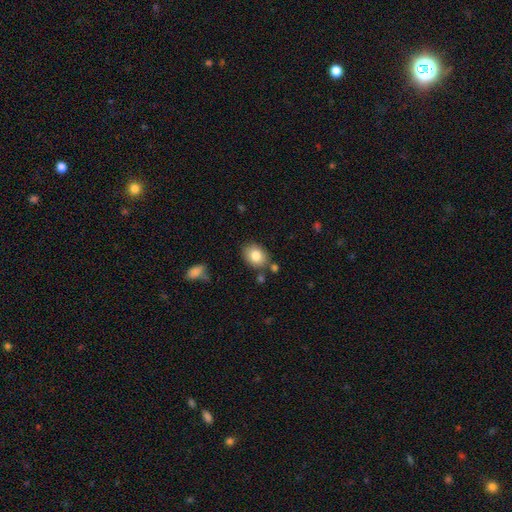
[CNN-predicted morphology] Smooth or featured? smooth (82%)
How rounded? in between (61%)
Merging? none (78%)